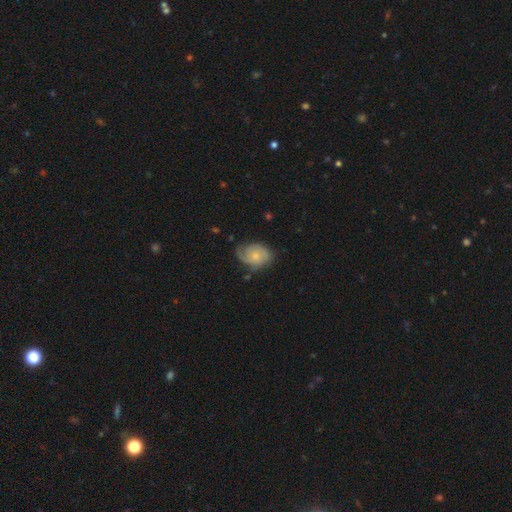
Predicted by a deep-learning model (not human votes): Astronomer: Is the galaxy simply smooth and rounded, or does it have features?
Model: smooth — 47% (runner-up: featured or disk, 46%).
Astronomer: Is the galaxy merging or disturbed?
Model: none — 52% (runner-up: minor disturbance, 34%).